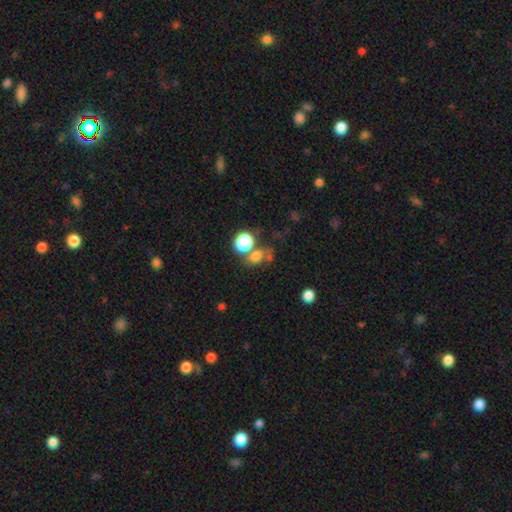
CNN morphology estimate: Smooth or featured?
  - smooth: 72% *
  - star or artifact: 18%
  - featured or disk: 10%
How rounded?
  - round: 57% *
  - in between: 41%
  - cigar-shaped: 2%
Merging?
  - none: 47% *
  - merger: 30%
  - minor disturbance: 13%
  - major disturbance: 9%